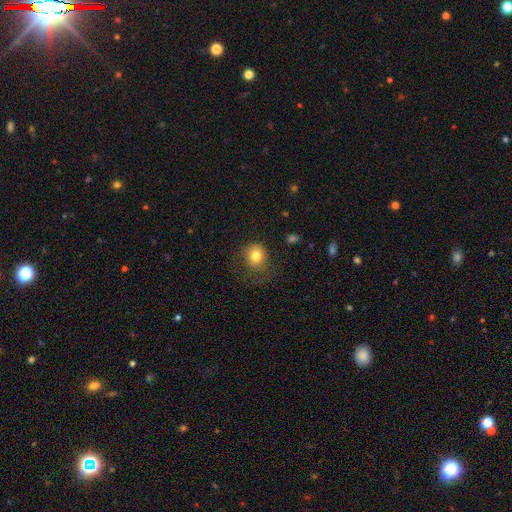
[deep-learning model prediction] This is likely a smooth galaxy (80%). How rounded: likely round (78%). Merging: likely none (64%).